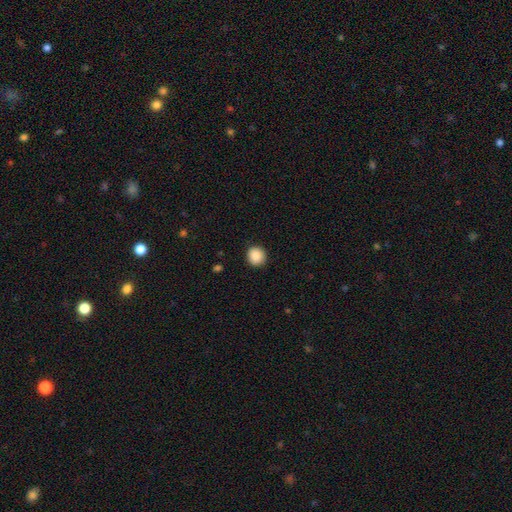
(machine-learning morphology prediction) A smooth galaxy with no disk features (89%) that is round (90%). Merging: none (91%).